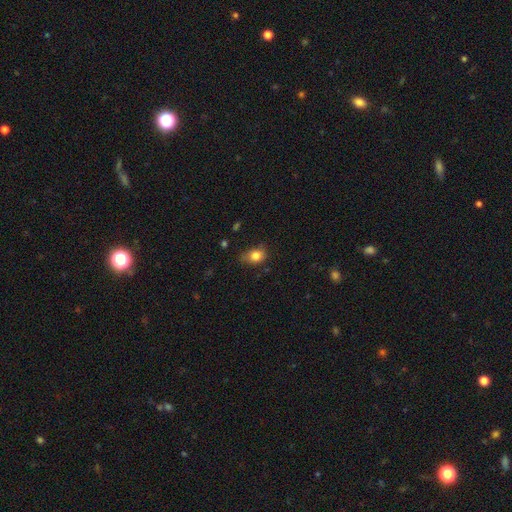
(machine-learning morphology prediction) type=smooth (82%); roundness=in between (63%); merging=none (59%).